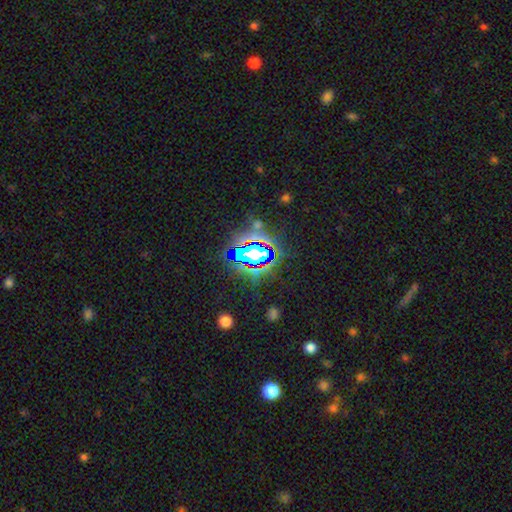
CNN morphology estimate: type=star or artifact (82%).